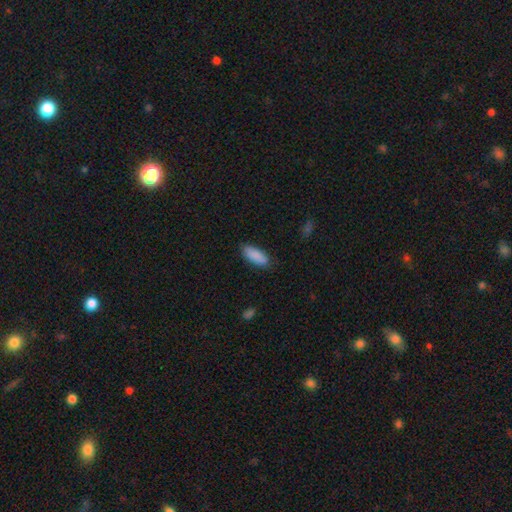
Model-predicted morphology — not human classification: Smooth or featured?
  - smooth: 89% *
  - star or artifact: 6%
  - featured or disk: 4%
How rounded?
  - in between: 76% *
  - cigar-shaped: 22%
  - round: 2%
Merging?
  - none: 85% *
  - minor disturbance: 11%
  - major disturbance: 2%
  - merger: 1%